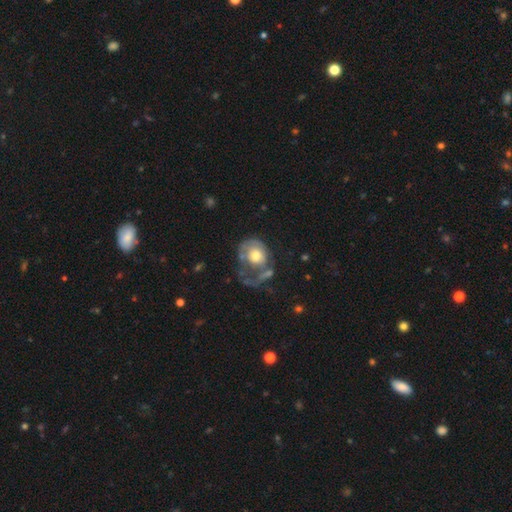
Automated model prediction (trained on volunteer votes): Smooth or featured?
  - smooth: 48% *
  - featured or disk: 45%
  - star or artifact: 7%
Merging?
  - major disturbance: 46% *
  - none: 22%
  - minor disturbance: 18%
  - merger: 13%